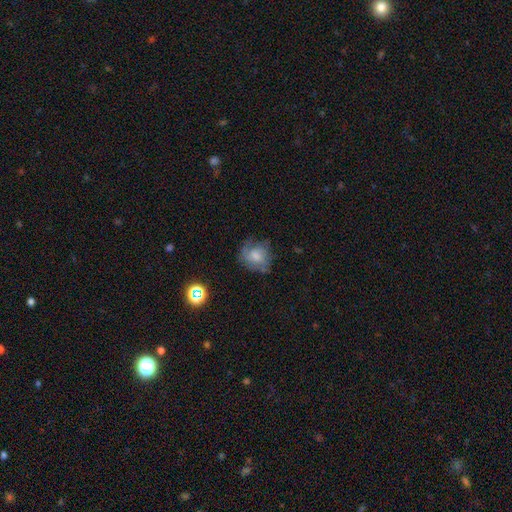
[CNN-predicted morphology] Overall: smooth (49%; featured or disk 41%). Merging: none (55%; minor disturbance 26%).